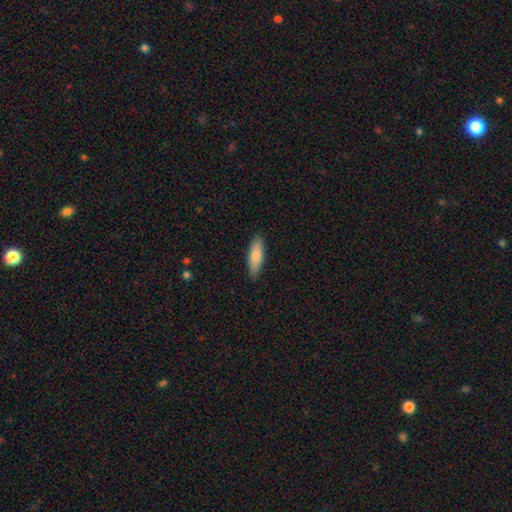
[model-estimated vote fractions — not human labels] Smooth or featured: smooth — 82% (featured or disk — 13%)
How rounded: in between — 53% (cigar-shaped — 45%)
Merging: none — 88% (minor disturbance — 10%)